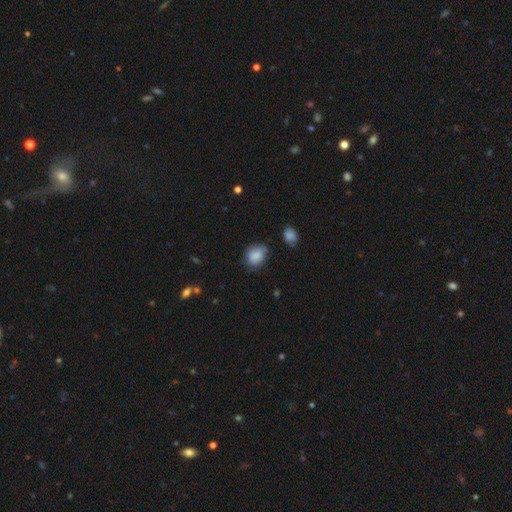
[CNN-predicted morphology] Q: Smooth or featured?
A: smooth (84%); runner-up: star or artifact (8%)
Q: How rounded?
A: in between (63%); runner-up: round (36%)
Q: Merging?
A: none (63%); runner-up: minor disturbance (27%)